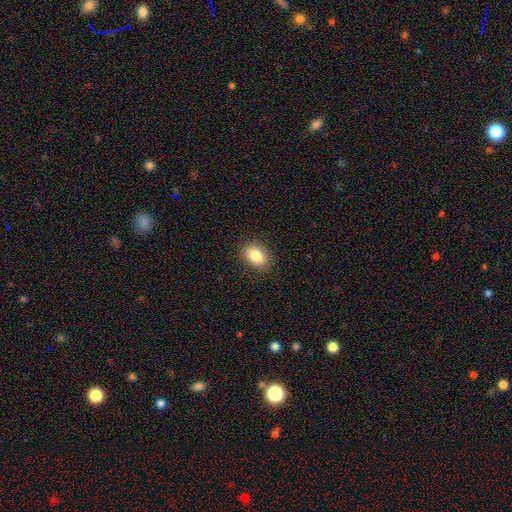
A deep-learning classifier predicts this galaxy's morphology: A smooth galaxy with no disk features (85%) that is in between round and cigar-shaped (84%).

Vote fractions:
- Smooth or featured? smooth: 85% / star or artifact: 8% / featured or disk: 7%
- How rounded? in between: 84% / round: 15% / cigar-shaped: 1%
- Merging? none: 87% / minor disturbance: 9% / major disturbance: 3% / merger: 1%